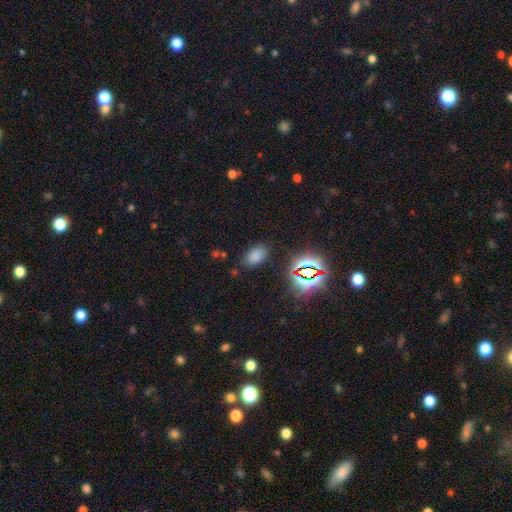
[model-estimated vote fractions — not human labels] Smooth or featured? Predicted: smooth (p=0.70). How rounded? Predicted: in between (p=0.88). Merging? Predicted: none (p=0.80).